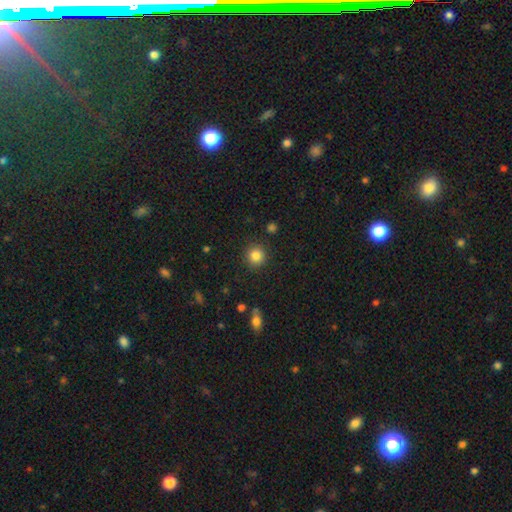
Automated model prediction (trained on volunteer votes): A smooth galaxy with no disk features (84%) that is round (92%).

Vote fractions:
- Smooth or featured? smooth: 84% / star or artifact: 11% / featured or disk: 5%
- How rounded? round: 92% / in between: 7% / cigar-shaped: 1%
- Merging? none: 90% / minor disturbance: 6% / major disturbance: 2% / merger: 1%